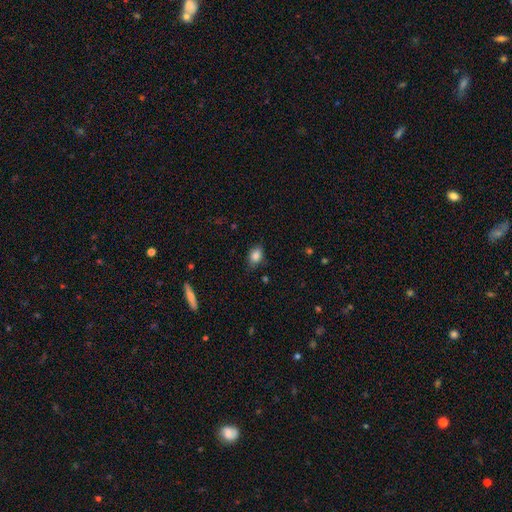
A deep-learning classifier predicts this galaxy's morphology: smooth-or-featured: smooth: 84% | star or artifact: 9% | featured or disk: 6%
  how-rounded: in between: 73% | round: 25% | cigar-shaped: 2%
  merging: none: 73% | minor disturbance: 21% | major disturbance: 4% | merger: 1%